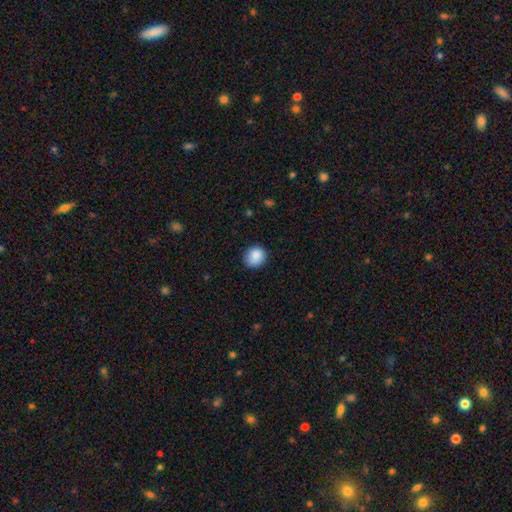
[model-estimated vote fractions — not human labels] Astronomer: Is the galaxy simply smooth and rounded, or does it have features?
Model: smooth — 86%.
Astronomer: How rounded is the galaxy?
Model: round — 79%.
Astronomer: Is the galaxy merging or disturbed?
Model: none — 82%.